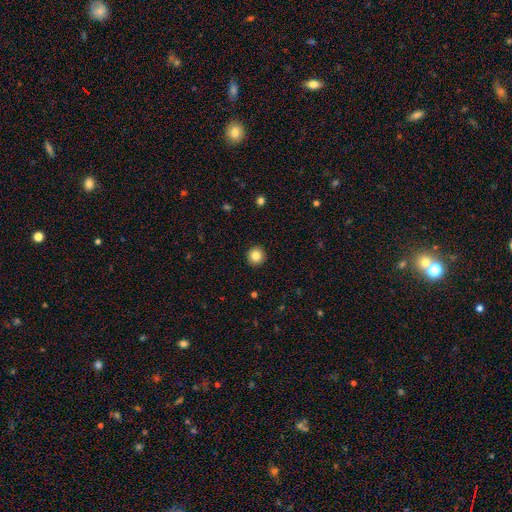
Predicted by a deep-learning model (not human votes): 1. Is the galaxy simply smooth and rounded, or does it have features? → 83% smooth, 10% star or artifact, 6% featured or disk.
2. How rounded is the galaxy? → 94% round, 5% in between, 1% cigar-shaped.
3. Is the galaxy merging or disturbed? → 93% none, 5% minor disturbance, 2% major disturbance, 1% merger.